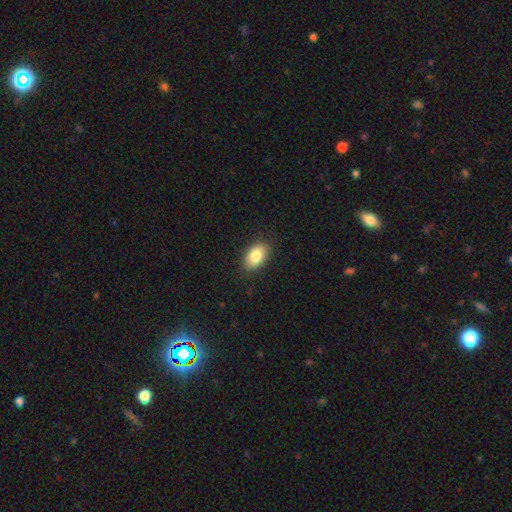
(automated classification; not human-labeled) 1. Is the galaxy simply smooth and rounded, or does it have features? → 85% smooth, 8% star or artifact, 7% featured or disk.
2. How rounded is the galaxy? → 91% in between, 8% round, 1% cigar-shaped.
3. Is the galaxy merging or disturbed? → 87% none, 9% minor disturbance, 2% major disturbance, 1% merger.